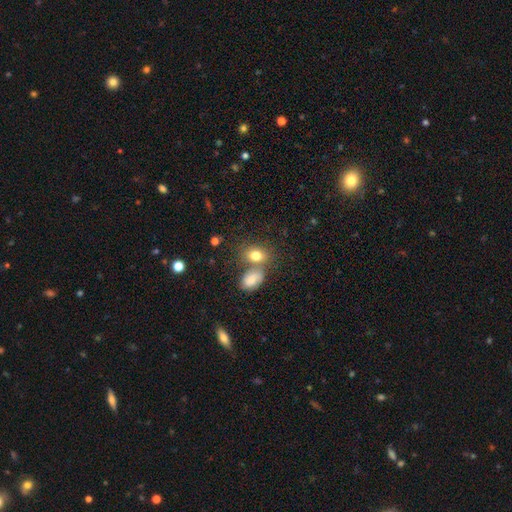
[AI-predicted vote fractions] Smooth or featured?
  - smooth: 79% *
  - featured or disk: 11%
  - star or artifact: 10%
How rounded?
  - in between: 72% *
  - round: 26%
  - cigar-shaped: 2%
Merging?
  - none: 50% *
  - merger: 33%
  - minor disturbance: 12%
  - major disturbance: 5%